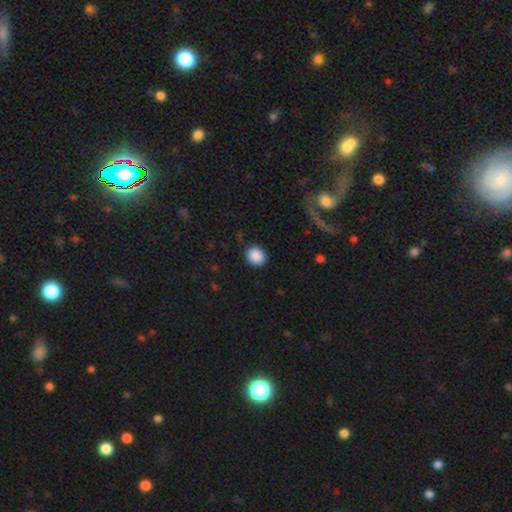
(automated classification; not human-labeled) A smooth galaxy with no disk features (89%) that is round (80%).

Vote fractions:
- Smooth or featured? smooth: 89% / star or artifact: 8% / featured or disk: 3%
- How rounded? round: 80% / in between: 19% / cigar-shaped: 1%
- Merging? none: 88% / minor disturbance: 8% / major disturbance: 3% / merger: 1%